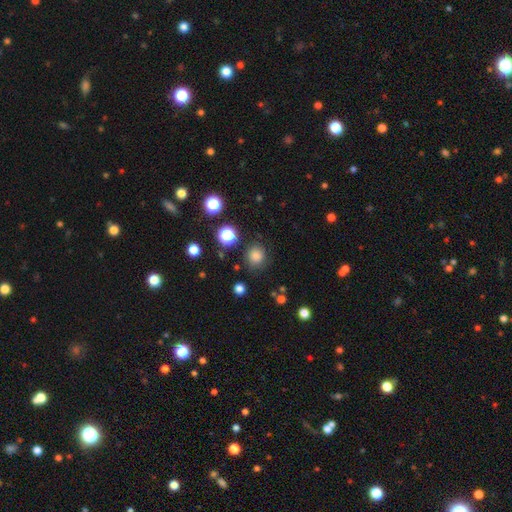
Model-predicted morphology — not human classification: Smooth or featured? Predicted: smooth (p=0.81). How rounded? Predicted: round (p=0.86). Merging? Predicted: none (p=0.81).